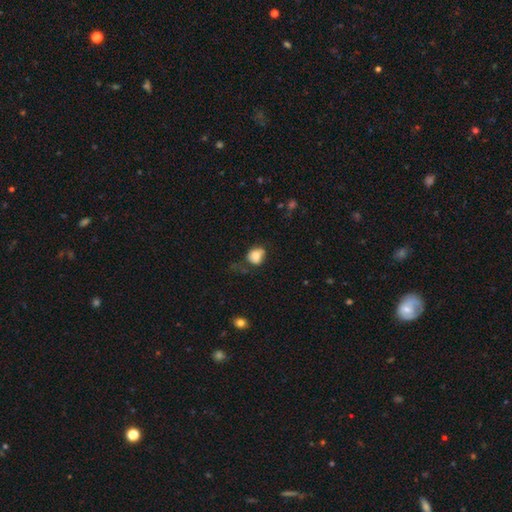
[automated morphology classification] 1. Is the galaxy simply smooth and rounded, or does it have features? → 74% smooth, 17% featured or disk, 9% star or artifact.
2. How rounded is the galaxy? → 57% round, 42% in between, 1% cigar-shaped.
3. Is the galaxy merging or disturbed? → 51% none, 30% minor disturbance, 15% major disturbance, 4% merger.